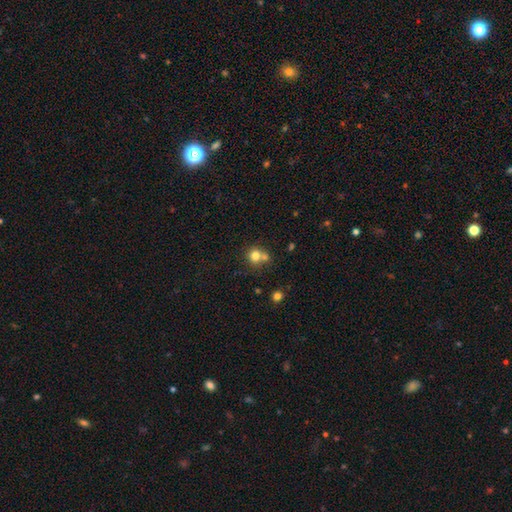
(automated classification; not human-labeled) A smooth galaxy with no disk features (78%) that is round (85%).

Vote fractions:
- Smooth or featured? smooth: 78% / star or artifact: 12% / featured or disk: 10%
- How rounded? round: 85% / in between: 14% / cigar-shaped: 1%
- Merging? none: 49% / merger: 38% / minor disturbance: 9% / major disturbance: 4%